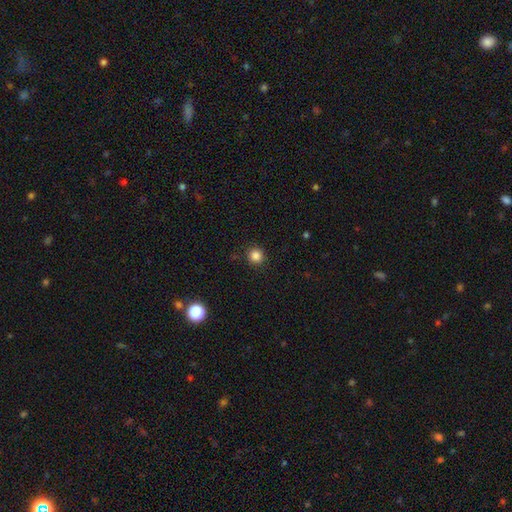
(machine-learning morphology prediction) Smooth or featured? Predicted: smooth (p=0.85). How rounded? Predicted: round (p=0.93). Merging? Predicted: none (p=0.90).